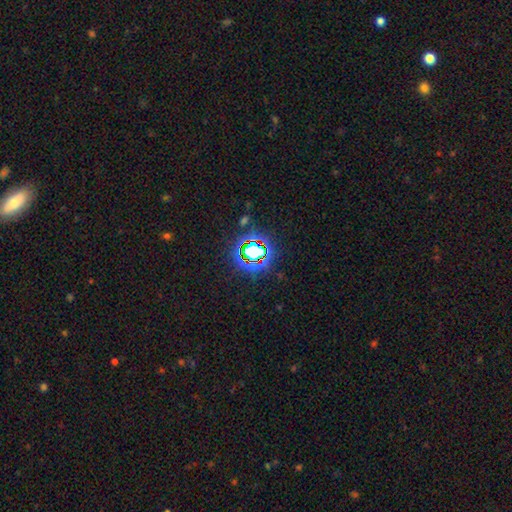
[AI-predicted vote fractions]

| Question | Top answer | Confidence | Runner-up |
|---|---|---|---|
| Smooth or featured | star or artifact | 80% | smooth (12%) |